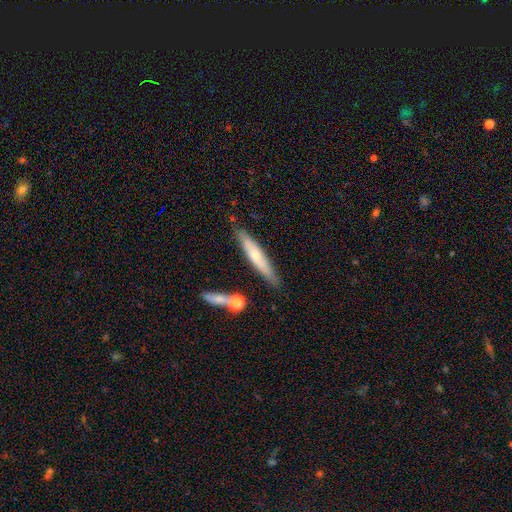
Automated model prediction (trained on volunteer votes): Smooth or featured? Predicted: smooth (p=0.49). Merging? Predicted: none (p=0.78).